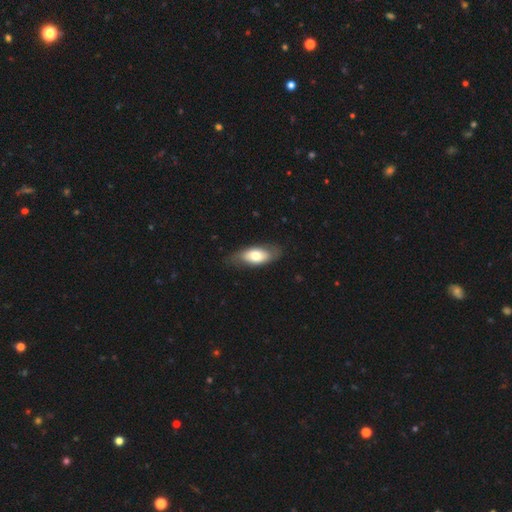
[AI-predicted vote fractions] Q: Smooth or featured?
A: smooth (65%); runner-up: featured or disk (29%)
Q: How rounded?
A: in between (86%); runner-up: cigar-shaped (10%)
Q: Merging?
A: none (74%); runner-up: minor disturbance (20%)